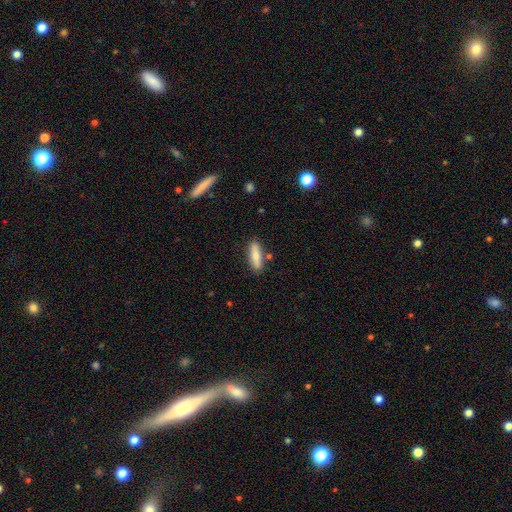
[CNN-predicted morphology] smooth-or-featured: smooth: 79% | featured or disk: 14% | star or artifact: 6%
  how-rounded: cigar-shaped: 62% | in between: 36% | round: 2%
  merging: none: 82% | minor disturbance: 11% | merger: 4% | major disturbance: 2%